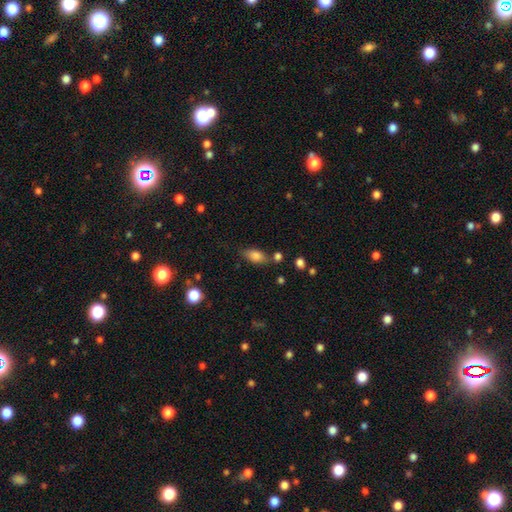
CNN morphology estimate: Smooth or featured: smooth — 80% (featured or disk — 11%)
How rounded: in between — 87% (cigar-shaped — 9%)
Merging: none — 69% (minor disturbance — 17%)